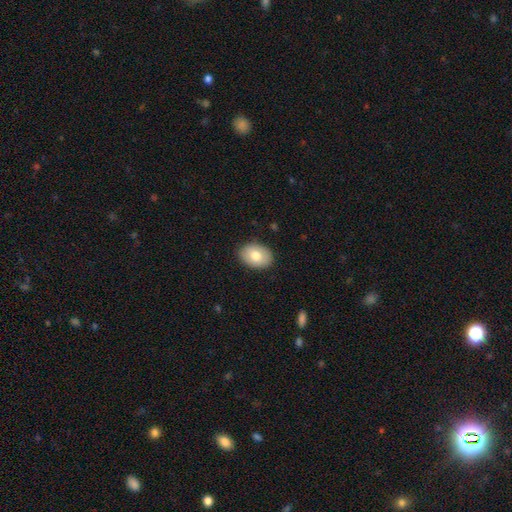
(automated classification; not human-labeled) Q: Smooth or featured?
A: smooth (77%); runner-up: featured or disk (16%)
Q: How rounded?
A: in between (77%); runner-up: round (23%)
Q: Merging?
A: none (88%); runner-up: minor disturbance (9%)